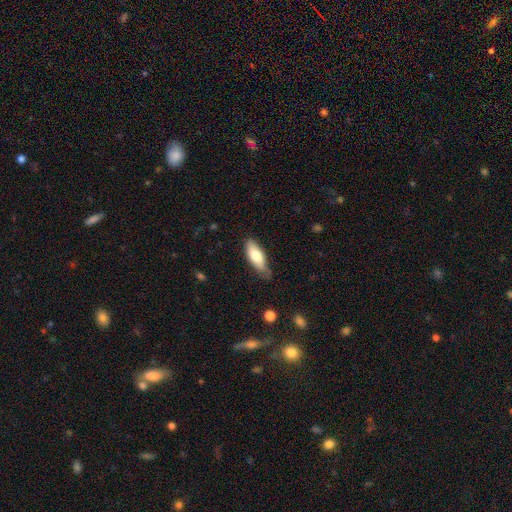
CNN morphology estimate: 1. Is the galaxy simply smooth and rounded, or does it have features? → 77% smooth, 17% featured or disk, 6% star or artifact.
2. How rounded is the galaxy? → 68% in between, 30% cigar-shaped, 2% round.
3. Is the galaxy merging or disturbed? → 63% none, 30% minor disturbance, 5% major disturbance, 2% merger.